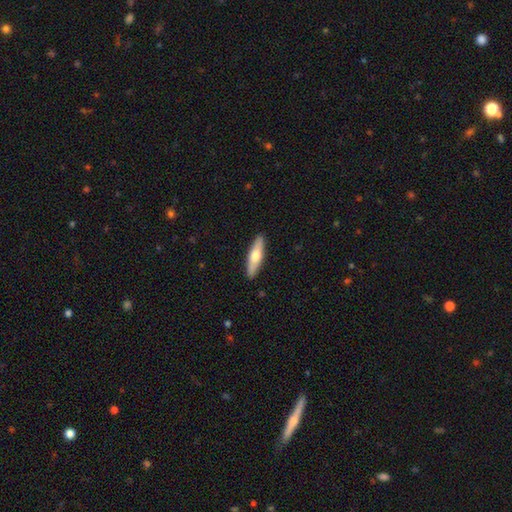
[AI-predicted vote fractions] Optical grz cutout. It shows a smooth galaxy with no disk features (57%) that is cigar-shaped (69%). Merging: none (90%).